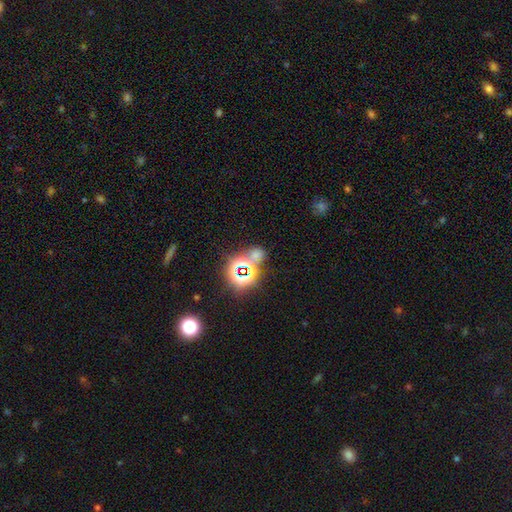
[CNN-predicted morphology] type=star or artifact (57%).